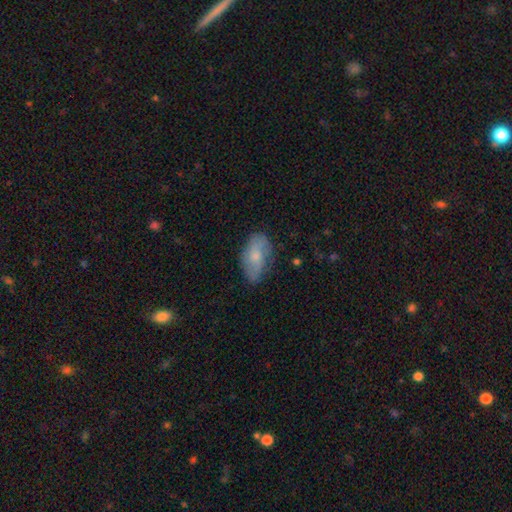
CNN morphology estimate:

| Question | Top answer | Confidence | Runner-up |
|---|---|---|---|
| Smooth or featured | smooth | 60% | featured or disk (33%) |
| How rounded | in between | 91% | round (5%) |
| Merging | none | 68% | minor disturbance (25%) |